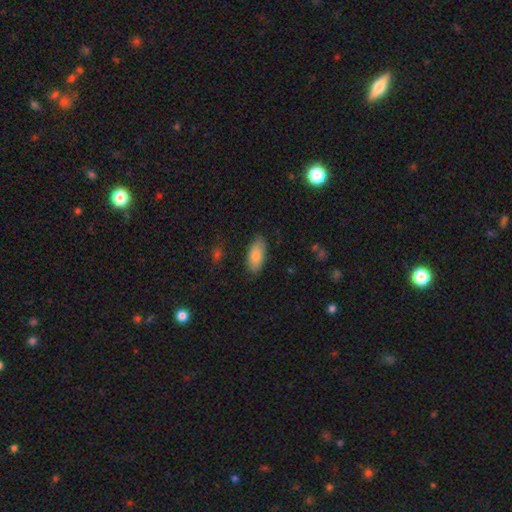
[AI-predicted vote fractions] Smooth or featured: smooth — 82% (featured or disk — 11%)
How rounded: in between — 87% (cigar-shaped — 11%)
Merging: none — 83% (minor disturbance — 13%)